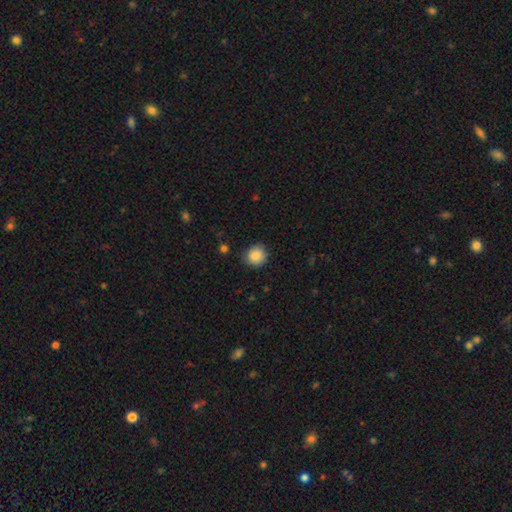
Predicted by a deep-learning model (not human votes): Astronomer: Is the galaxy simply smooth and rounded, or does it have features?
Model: smooth — 88%.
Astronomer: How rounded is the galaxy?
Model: round — 85%.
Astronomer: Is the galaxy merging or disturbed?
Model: none — 80%.